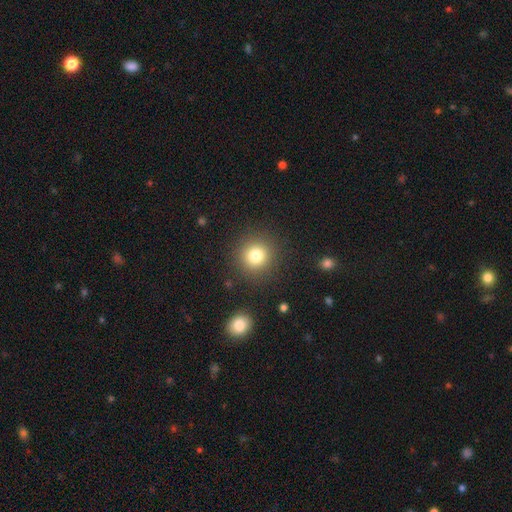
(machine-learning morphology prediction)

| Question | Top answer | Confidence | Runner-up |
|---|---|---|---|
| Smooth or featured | smooth | 80% | star or artifact (13%) |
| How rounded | round | 93% | in between (7%) |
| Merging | none | 88% | minor disturbance (7%) |